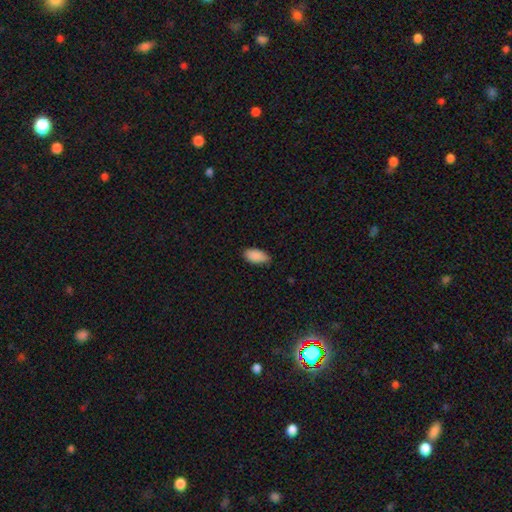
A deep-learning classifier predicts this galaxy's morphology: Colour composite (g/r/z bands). It shows a smooth galaxy with no disk features (90%) that is in between round and cigar-shaped (94%). Merging: none (79%).